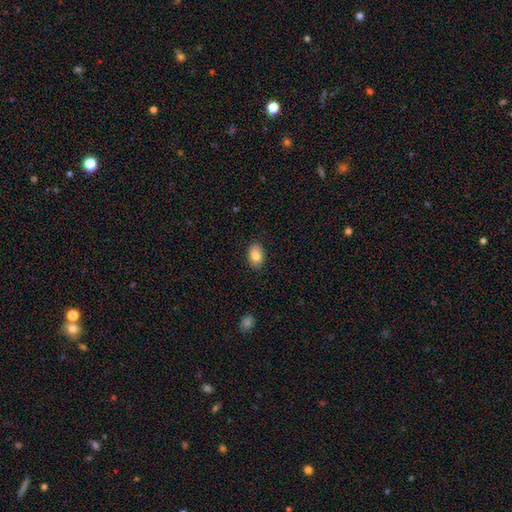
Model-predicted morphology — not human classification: A smooth galaxy with no disk features (82%) that is in between round and cigar-shaped (84%).

Vote fractions:
- Smooth or featured? smooth: 82% / featured or disk: 10% / star or artifact: 8%
- How rounded? in between: 84% / round: 14% / cigar-shaped: 1%
- Merging? none: 86% / minor disturbance: 11% / major disturbance: 2% / merger: 1%